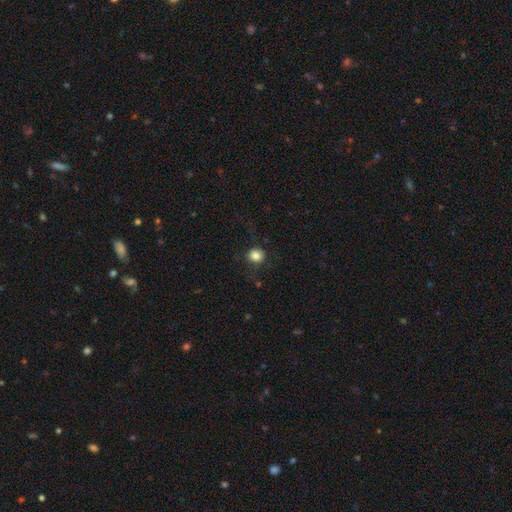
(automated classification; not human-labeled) A smooth galaxy with no disk features (83%) that is round (88%).

Vote fractions:
- Smooth or featured? smooth: 83% / star or artifact: 11% / featured or disk: 6%
- How rounded? round: 88% / in between: 11% / cigar-shaped: 1%
- Merging? none: 80% / minor disturbance: 13% / major disturbance: 6% / merger: 1%